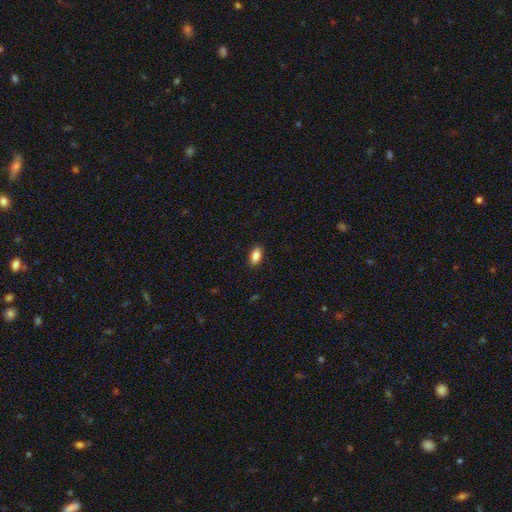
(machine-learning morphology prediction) This is clearly a smooth galaxy (86%). How rounded: clearly in between (90%). Merging: clearly none (89%).